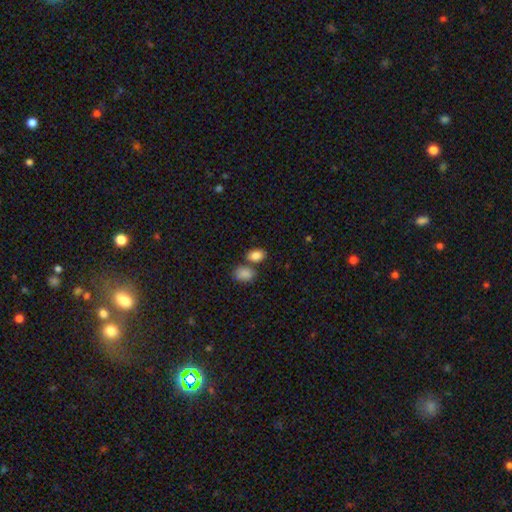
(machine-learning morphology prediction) Smooth or featured? Predicted: smooth (p=0.86). How rounded? Predicted: in between (p=0.80). Merging? Predicted: none (p=0.63).